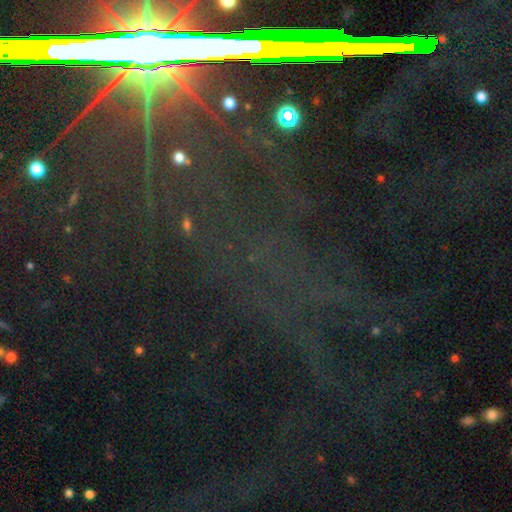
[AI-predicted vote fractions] This is clearly a star or artifact rather than a galaxy (80%).